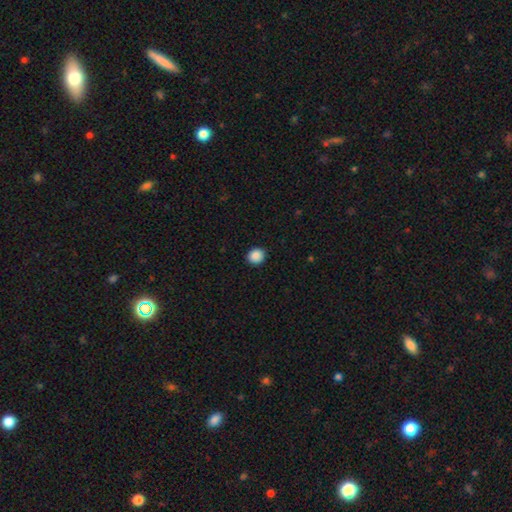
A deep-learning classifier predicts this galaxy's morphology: Q: Smooth or featured?
A: smooth (88%); runner-up: star or artifact (9%)
Q: How rounded?
A: round (85%); runner-up: in between (14%)
Q: Merging?
A: none (92%); runner-up: minor disturbance (6%)